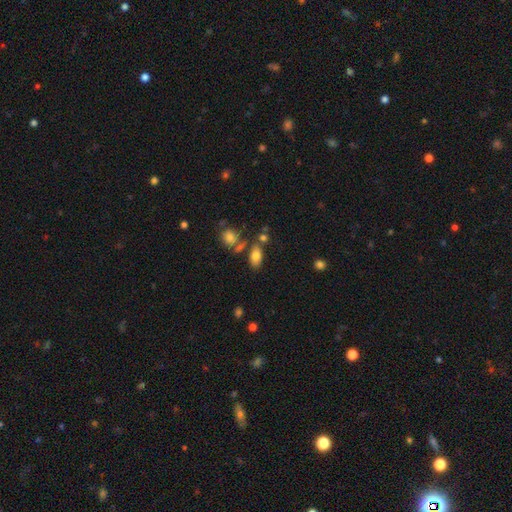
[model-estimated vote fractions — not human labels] Smooth or featured: smooth — 79% (featured or disk — 11%)
How rounded: in between — 89% (round — 7%)
Merging: none — 66% (merger — 15%)